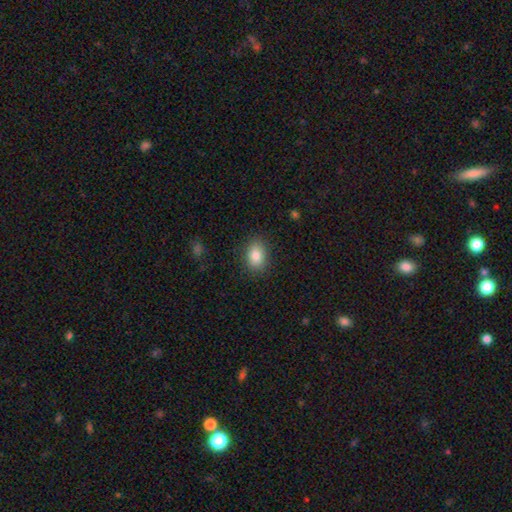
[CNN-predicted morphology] A smooth galaxy with no disk features (84%) that is in between round and cigar-shaped (77%).

Vote fractions:
- Smooth or featured? smooth: 84% / star or artifact: 9% / featured or disk: 7%
- How rounded? in between: 77% / round: 22% / cigar-shaped: 1%
- Merging? none: 87% / minor disturbance: 10% / major disturbance: 3% / merger: 1%